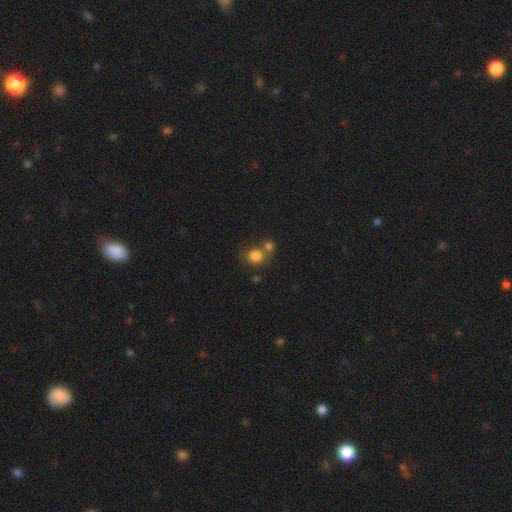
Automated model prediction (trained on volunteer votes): This appears to be a smooth galaxy with no disk features (82%) that is round (84%). Merging: none (52%).